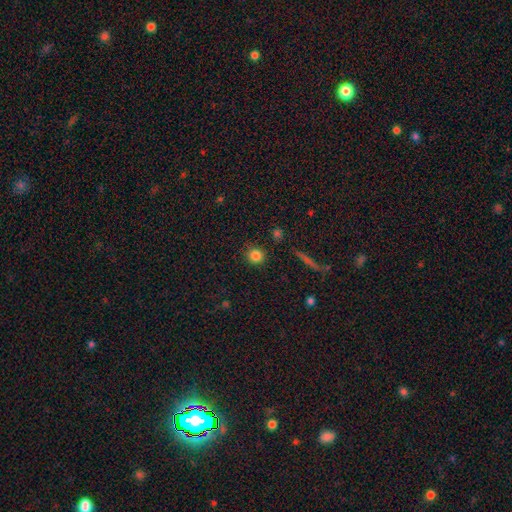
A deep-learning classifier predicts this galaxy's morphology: Smooth or featured?
  - smooth: 83% *
  - star or artifact: 11%
  - featured or disk: 6%
How rounded?
  - round: 92% *
  - in between: 6%
  - cigar-shaped: 1%
Merging?
  - none: 88% *
  - minor disturbance: 7%
  - major disturbance: 2%
  - merger: 2%